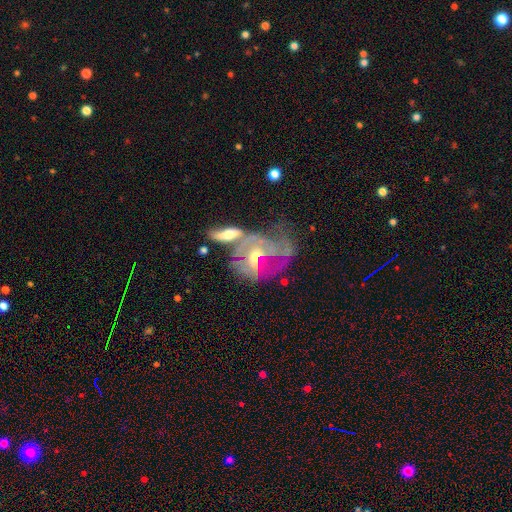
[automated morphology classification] A featured or disk galaxy (77%) with no bar (45%), medium (39%) spiral arms (75%) and a moderate central bulge (58%). Merging: merger (53%).